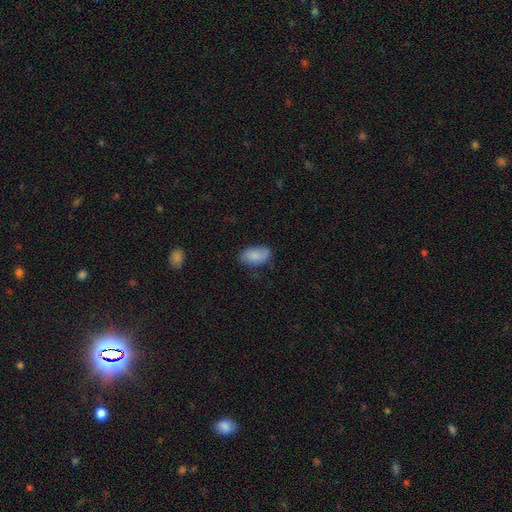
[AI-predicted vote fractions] smooth 81%, featured or disk 12%, star or artifact 7%. Down the decision tree: how rounded — in between (93%); merging — none (72%).